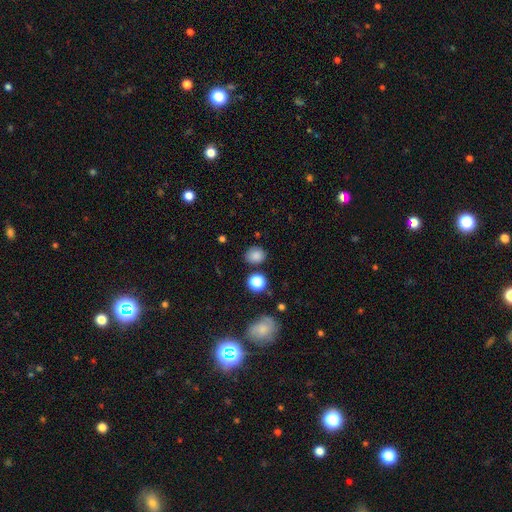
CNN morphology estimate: This appears to be a smooth galaxy with no disk features (81%) that is round (63%). Merging: none (79%).